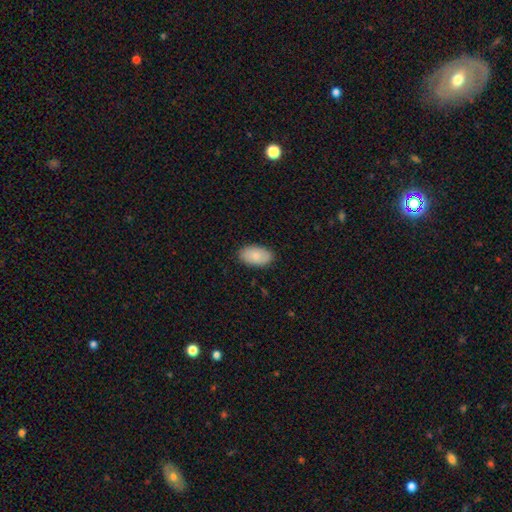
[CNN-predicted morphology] This appears to be a smooth galaxy with no disk features (85%) that is in between round and cigar-shaped (95%). Merging: none (88%).